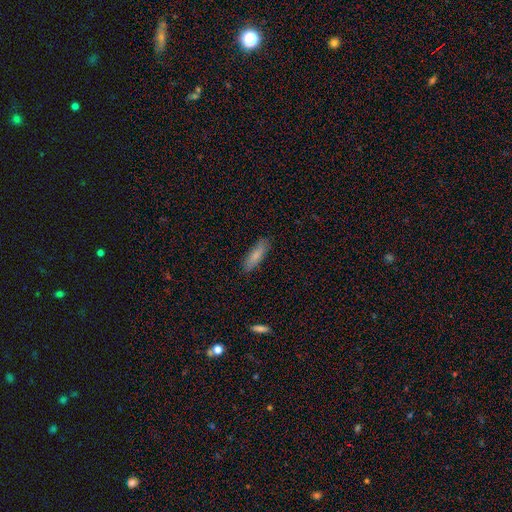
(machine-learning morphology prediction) smooth_or_featured: smooth (p=0.82) [alt: featured or disk p=0.12]
how_rounded: cigar-shaped (p=0.59) [alt: in between p=0.40]
merging: none (p=0.86) [alt: minor disturbance p=0.11]